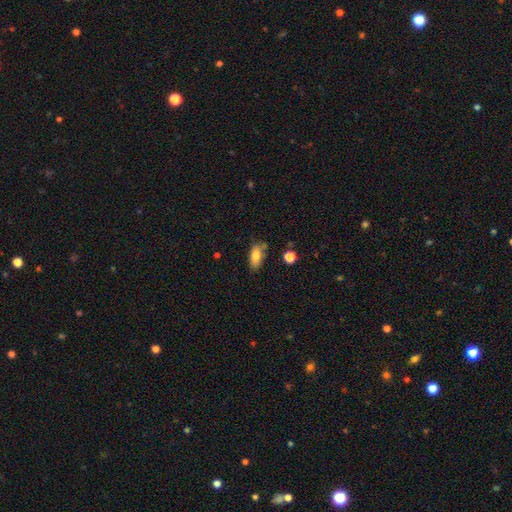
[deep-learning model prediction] Smooth or featured?
  - smooth: 80% *
  - featured or disk: 12%
  - star or artifact: 8%
How rounded?
  - in between: 83% *
  - cigar-shaped: 14%
  - round: 4%
Merging?
  - none: 69% *
  - minor disturbance: 20%
  - merger: 7%
  - major disturbance: 4%